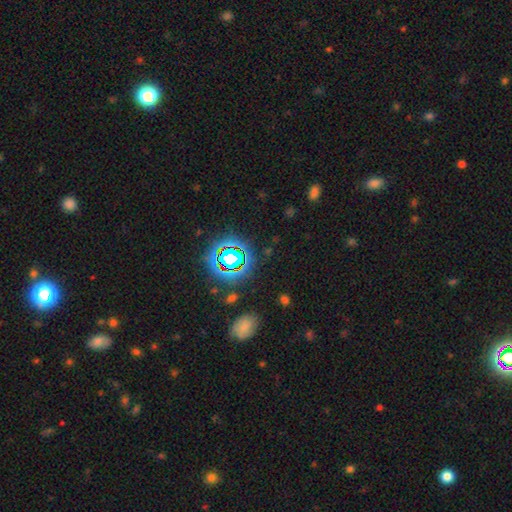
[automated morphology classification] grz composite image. It shows a star or artifact, not a galaxy (76%).